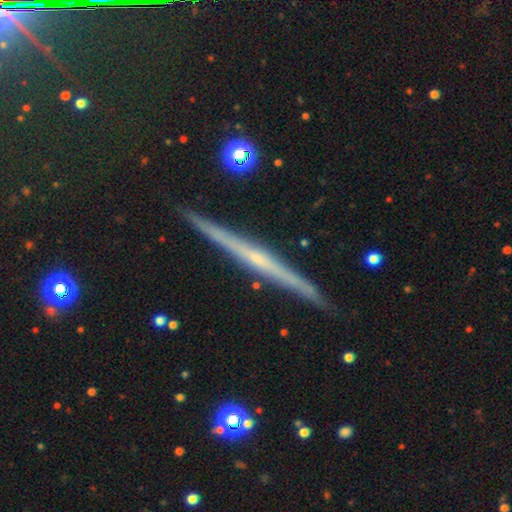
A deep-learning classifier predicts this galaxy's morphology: The model was most divided on "edge-on bulge": none: 52%, rounded: 40%, boxy: 8%. More confident: edge-on disk — yes (98%); merging — none (91%); smooth or featured — featured or disk (75%).